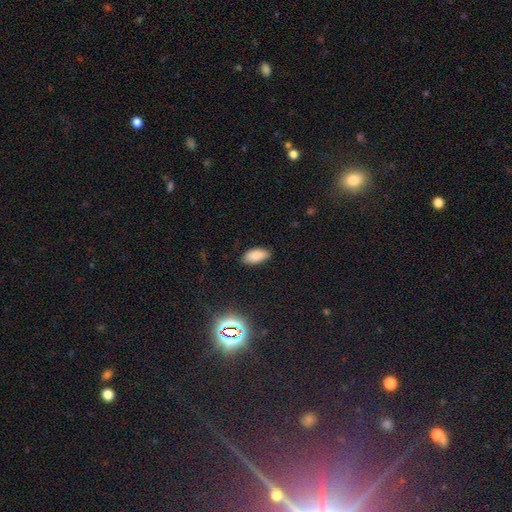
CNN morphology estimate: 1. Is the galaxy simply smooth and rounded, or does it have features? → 86% smooth, 10% star or artifact, 4% featured or disk.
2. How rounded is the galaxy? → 93% in between, 5% cigar-shaped, 3% round.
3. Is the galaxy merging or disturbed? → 83% none, 14% minor disturbance, 3% major disturbance, 1% merger.